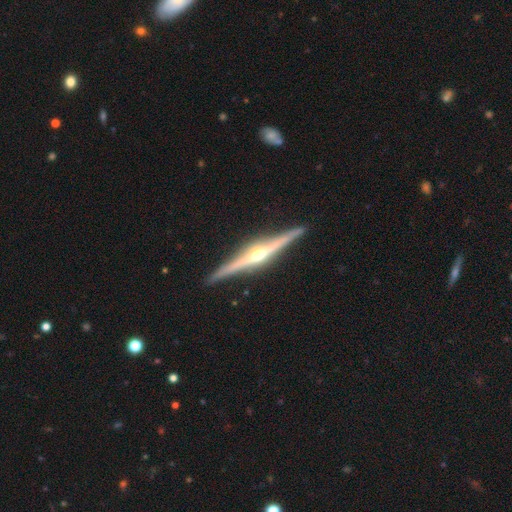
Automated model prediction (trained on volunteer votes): The model was most divided on "smooth or featured": featured or disk: 88%, smooth: 7%, star or artifact: 4%. More confident: edge-on disk — yes (98%); edge-on bulge — rounded (91%); merging — none (91%).